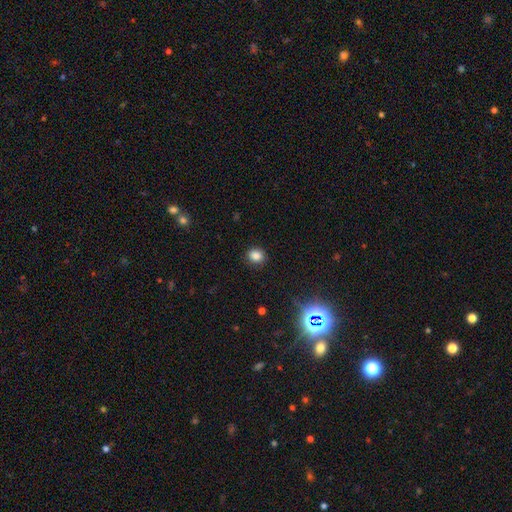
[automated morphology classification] Q: Smooth or featured?
A: smooth (84%); runner-up: star or artifact (12%)
Q: How rounded?
A: round (70%); runner-up: in between (29%)
Q: Merging?
A: none (89%); runner-up: minor disturbance (8%)